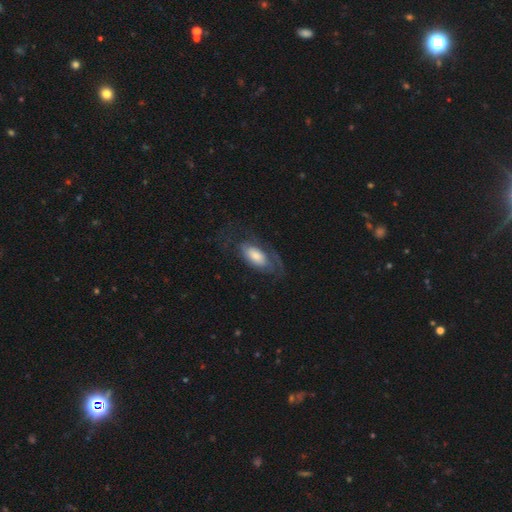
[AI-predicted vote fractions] Smooth or featured? featured or disk (56%)
Edge-on disk? no (90%)
Bar? no (69%)
Spiral arms? yes (82%)
Bulge size? moderate (35%)
Merging? none (54%)